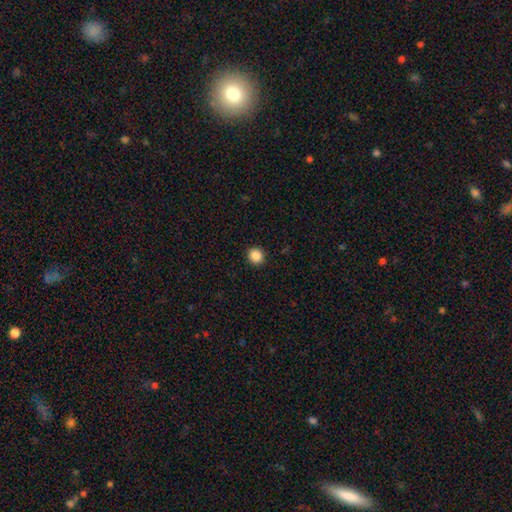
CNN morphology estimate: Smooth or featured?
  - smooth: 87% *
  - star or artifact: 10%
  - featured or disk: 3%
How rounded?
  - round: 91% *
  - in between: 8%
  - cigar-shaped: 1%
Merging?
  - none: 93% *
  - minor disturbance: 5%
  - major disturbance: 2%
  - merger: 1%